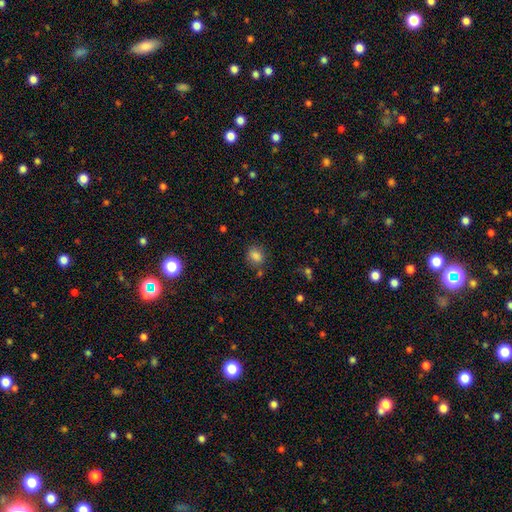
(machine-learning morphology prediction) smooth_or_featured: smooth (p=0.82) [alt: star or artifact p=0.12]
how_rounded: in between (p=0.52) [alt: round p=0.47]
merging: none (p=0.75) [alt: minor disturbance p=0.14]